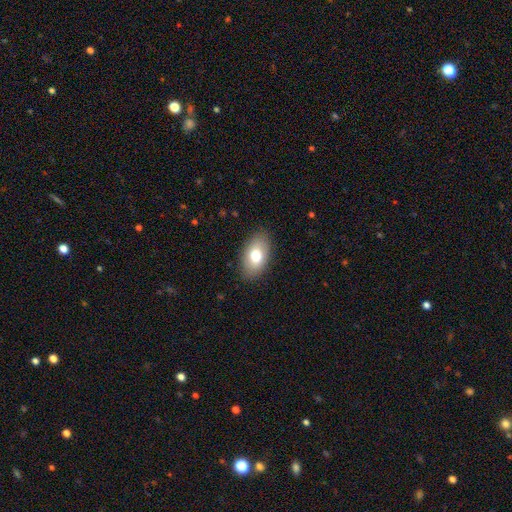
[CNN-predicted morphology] smooth-or-featured: smooth: 74% | featured or disk: 18% | star or artifact: 8%
  how-rounded: in between: 92% | round: 6% | cigar-shaped: 2%
  merging: none: 86% | minor disturbance: 10% | major disturbance: 3% | merger: 1%